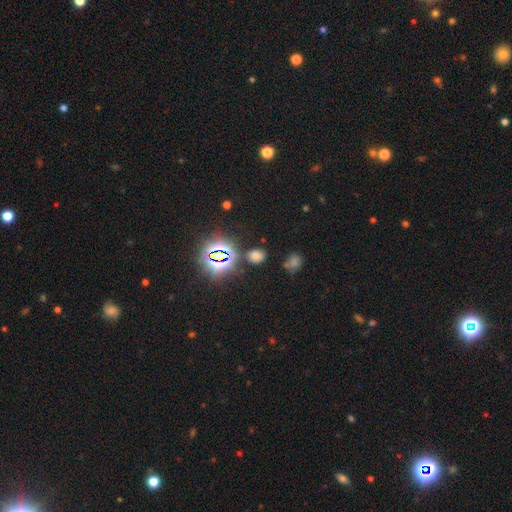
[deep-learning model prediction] Smooth or featured? smooth (56%)
How rounded? round (54%)
Merging? none (78%)